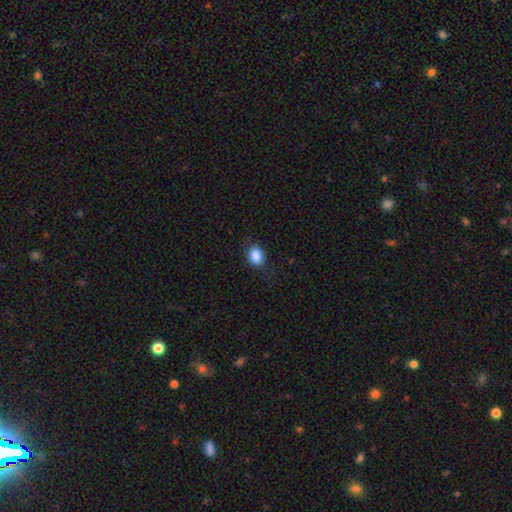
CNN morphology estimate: A smooth galaxy with no disk features (87%) that is in between round and cigar-shaped (52%). Merging: none (79%).